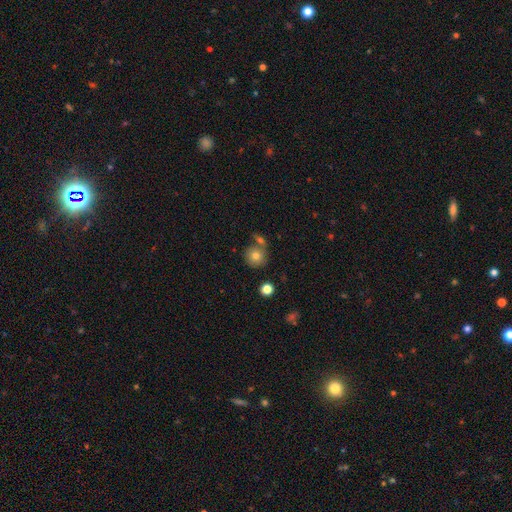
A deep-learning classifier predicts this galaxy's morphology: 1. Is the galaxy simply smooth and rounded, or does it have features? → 76% smooth, 13% featured or disk, 10% star or artifact.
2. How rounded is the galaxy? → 90% round, 9% in between, 1% cigar-shaped.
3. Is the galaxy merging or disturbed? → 63% none, 21% merger, 11% minor disturbance, 4% major disturbance.